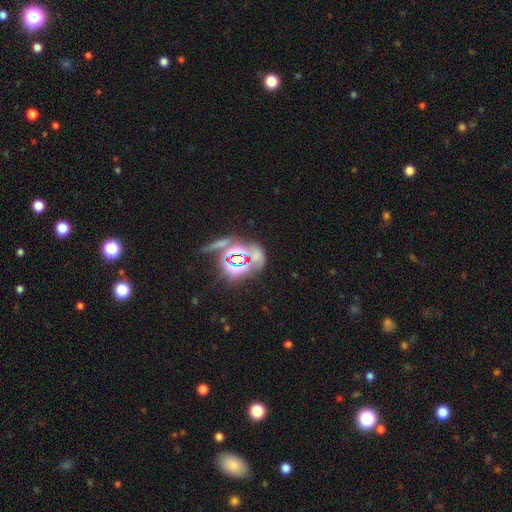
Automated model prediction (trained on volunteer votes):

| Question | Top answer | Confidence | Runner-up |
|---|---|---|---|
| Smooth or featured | star or artifact | 62% | smooth (24%) |